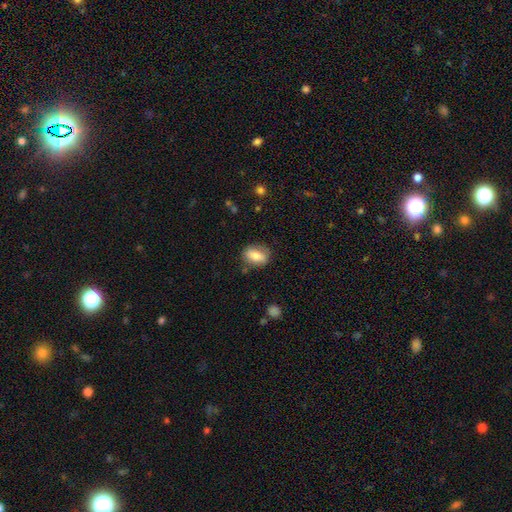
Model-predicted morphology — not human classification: Smooth or featured? smooth (74%)
How rounded? in between (77%)
Merging? none (77%)